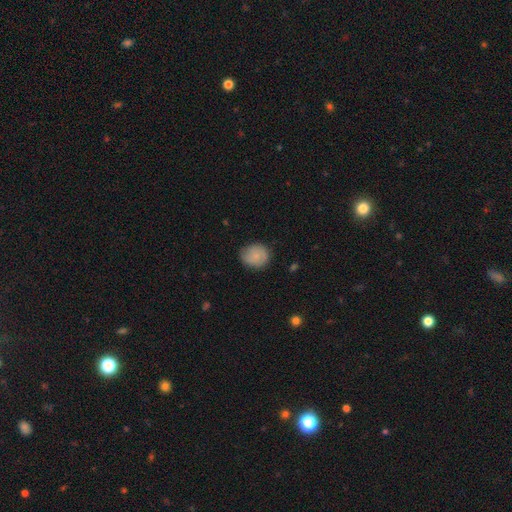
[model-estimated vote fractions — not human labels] A smooth galaxy with no disk features (79%) that is round (75%).

Vote fractions:
- Smooth or featured? smooth: 79% / featured or disk: 14% / star or artifact: 7%
- How rounded? round: 75% / in between: 24% / cigar-shaped: 1%
- Merging? none: 78% / minor disturbance: 18% / major disturbance: 3% / merger: 1%